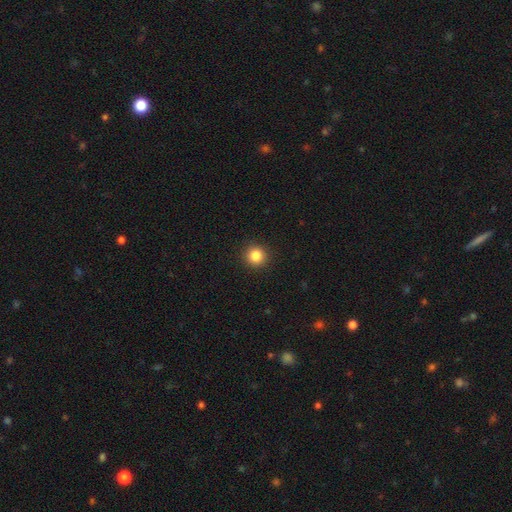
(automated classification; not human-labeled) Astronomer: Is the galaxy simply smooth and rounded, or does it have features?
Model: smooth — 85%.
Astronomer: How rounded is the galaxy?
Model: round — 94%.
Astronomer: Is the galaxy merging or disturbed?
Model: none — 92%.